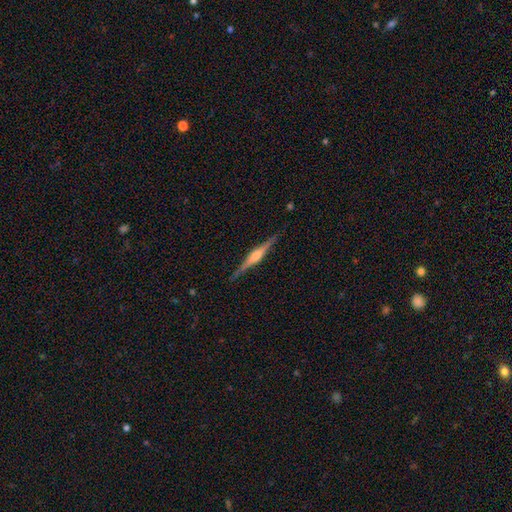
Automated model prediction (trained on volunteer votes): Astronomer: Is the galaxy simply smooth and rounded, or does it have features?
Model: featured or disk — 80%.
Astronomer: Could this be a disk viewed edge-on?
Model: yes — 98%.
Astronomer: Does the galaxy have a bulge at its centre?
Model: rounded — 79%.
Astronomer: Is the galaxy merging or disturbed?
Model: none — 89%.